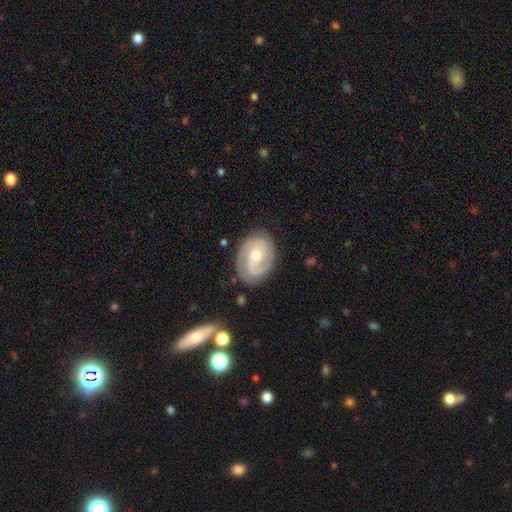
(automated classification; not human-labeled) Morphology: type=featured or disk (81%); edge-on=no (97%); bar=no (53%); spiral arms=yes (95%); winding=tight (49%); arm count=2 (74%); bulge=moderate (55%); merging=none (80%).